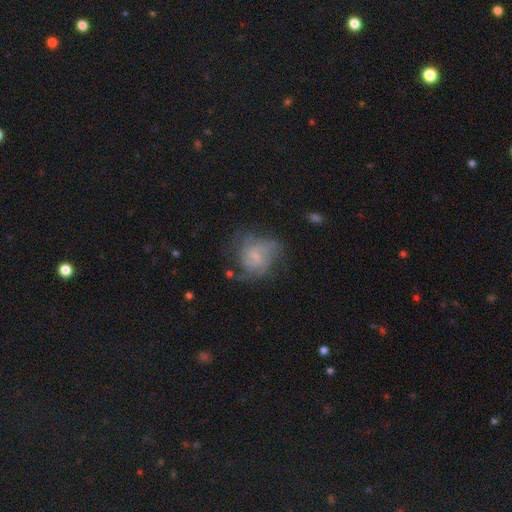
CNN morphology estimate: featured or disk 73%, smooth 19%, star or artifact 8%. Down the decision tree: edge-on disk — no (98%); bar — weak (48%); spiral arms — yes (89%); spiral arm count — can't tell (36%); spiral winding — tight (43%); bulge size — small (64%); merging — none (57%).